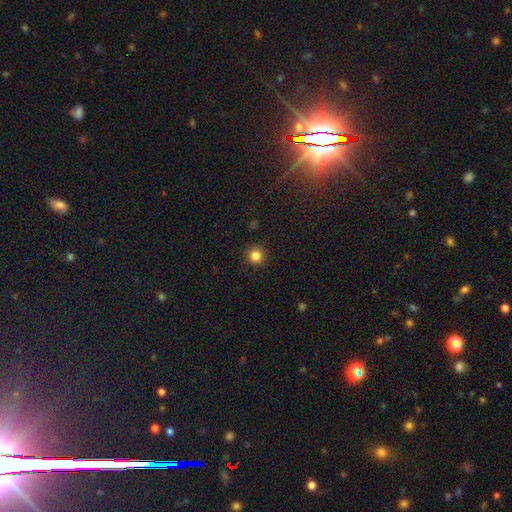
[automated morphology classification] smooth 83%, star or artifact 12%, featured or disk 4%. Down the decision tree: how rounded — round (94%); merging — none (91%).